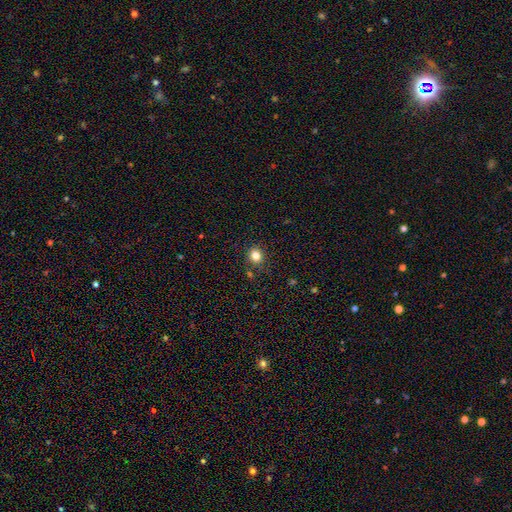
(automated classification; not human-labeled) smooth_or_featured: smooth (p=0.81) [alt: star or artifact p=0.13]
how_rounded: round (p=0.84) [alt: in between p=0.16]
merging: none (p=0.85) [alt: minor disturbance p=0.09]